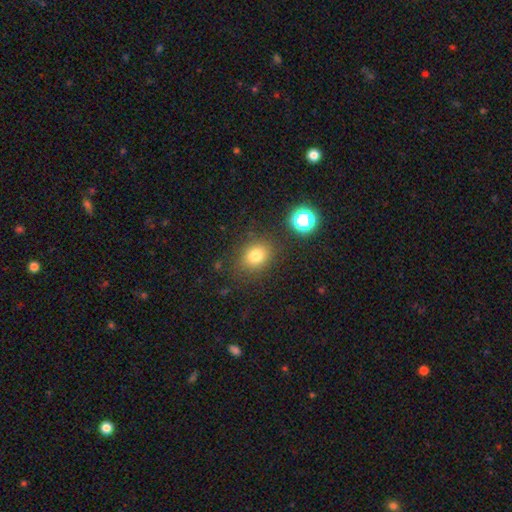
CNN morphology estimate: smooth_or_featured: smooth (p=0.77) [alt: star or artifact p=0.14]
how_rounded: round (p=0.58) [alt: in between p=0.41]
merging: none (p=0.81) [alt: minor disturbance p=0.11]